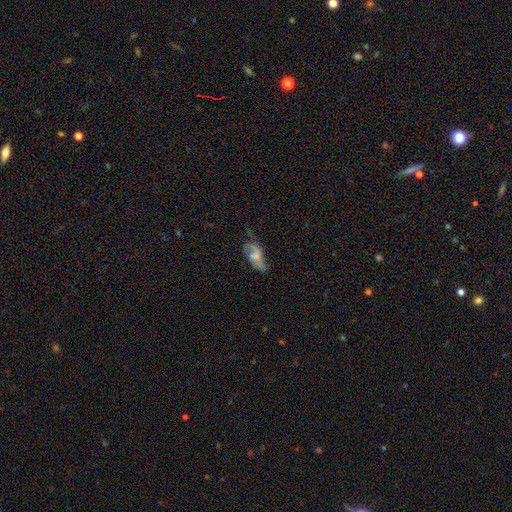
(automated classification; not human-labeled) The model was most divided on "merging": none: 39%, major disturbance: 29%, minor disturbance: 27%, merger: 4%. More confident: edge-on disk — no (93%); smooth or featured — featured or disk (54%).